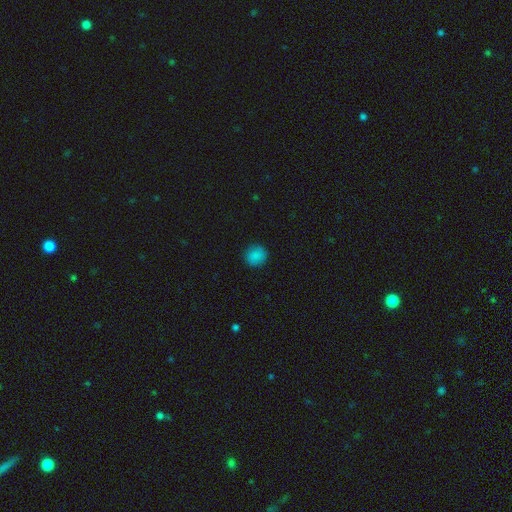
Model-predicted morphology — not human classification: smooth-or-featured: smooth: 85% | star or artifact: 11% | featured or disk: 4%
  how-rounded: round: 91% | in between: 8% | cigar-shaped: 1%
  merging: none: 90% | minor disturbance: 7% | major disturbance: 2% | merger: 1%